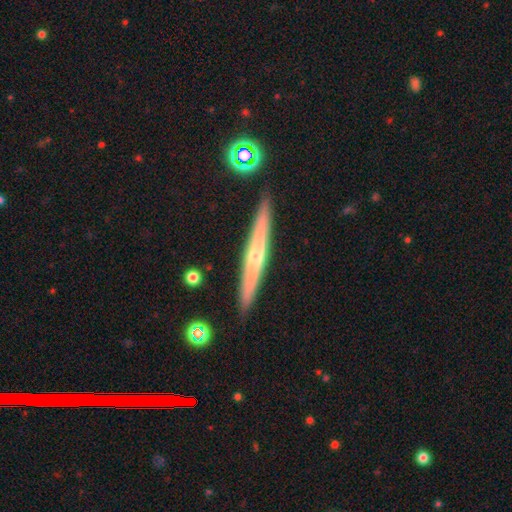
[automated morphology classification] Smooth or featured? featured or disk (63%)
Edge-on disk? yes (96%)
Edge-on bulge? rounded (67%)
Merging? none (91%)